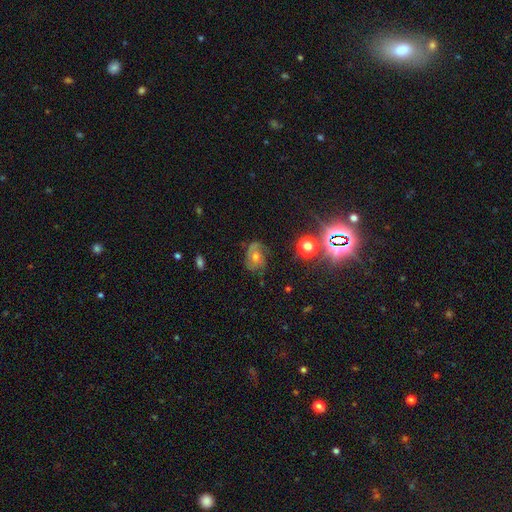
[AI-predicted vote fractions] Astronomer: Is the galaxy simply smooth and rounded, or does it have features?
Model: featured or disk — 56%.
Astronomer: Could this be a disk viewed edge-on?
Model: no — 96%.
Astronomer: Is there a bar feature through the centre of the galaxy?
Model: no — 71%.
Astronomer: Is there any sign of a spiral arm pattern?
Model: yes — 86%.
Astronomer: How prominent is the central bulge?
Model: moderate — 63%.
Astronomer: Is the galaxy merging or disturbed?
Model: none — 66%.